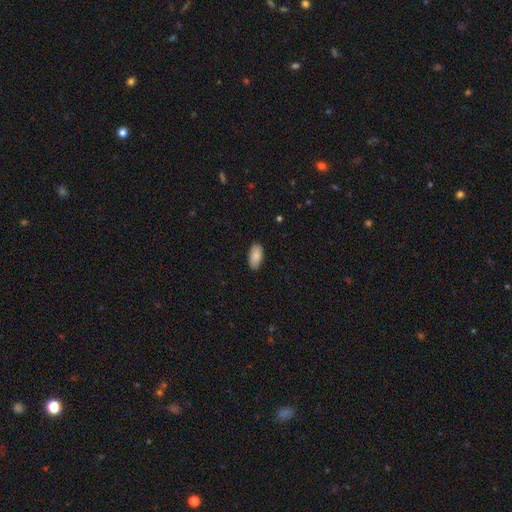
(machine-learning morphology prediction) smooth-or-featured: smooth: 88% | featured or disk: 6% | star or artifact: 6%
  how-rounded: in between: 94% | cigar-shaped: 4% | round: 2%
  merging: none: 87% | minor disturbance: 10% | major disturbance: 2% | merger: 1%